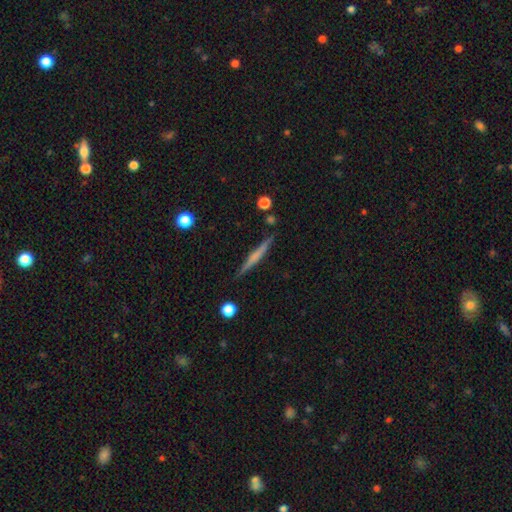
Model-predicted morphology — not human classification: type=featured or disk (52%); edge-on=yes (97%); edge-on bulge=none (61%); merging=none (89%).